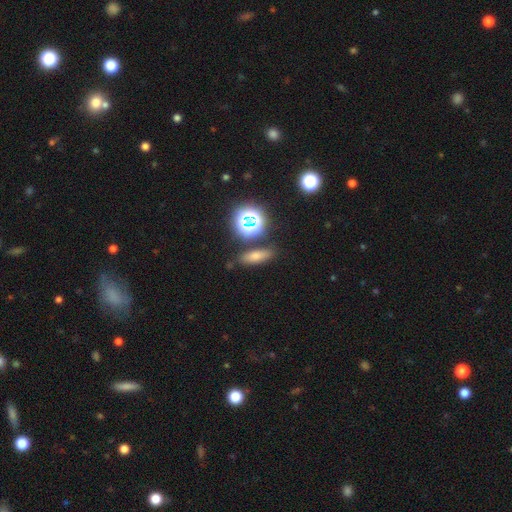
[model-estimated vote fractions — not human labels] Smooth or featured? smooth (63%)
How rounded? in between (53%)
Merging? none (81%)